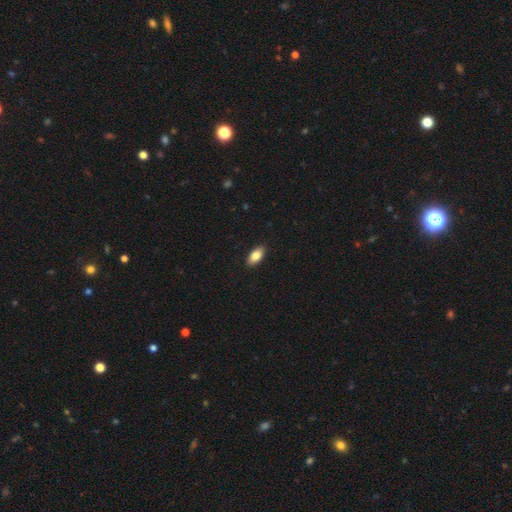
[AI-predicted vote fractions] Q: Smooth or featured?
A: smooth (83%); runner-up: featured or disk (10%)
Q: How rounded?
A: in between (90%); runner-up: cigar-shaped (7%)
Q: Merging?
A: none (89%); runner-up: minor disturbance (8%)